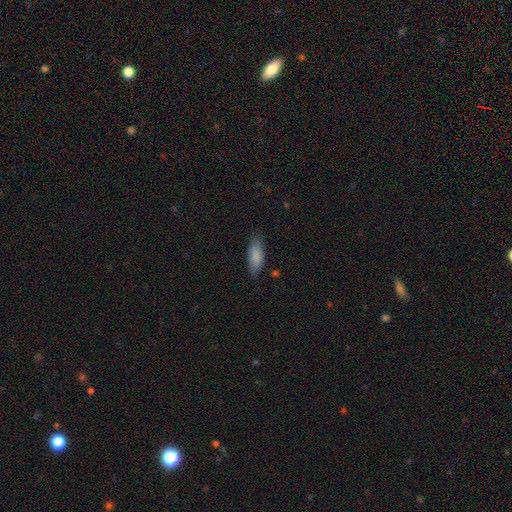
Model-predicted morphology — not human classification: smooth-or-featured: smooth: 86% | featured or disk: 8% | star or artifact: 6%
  how-rounded: in between: 74% | cigar-shaped: 24% | round: 2%
  merging: none: 80% | minor disturbance: 16% | major disturbance: 3% | merger: 1%